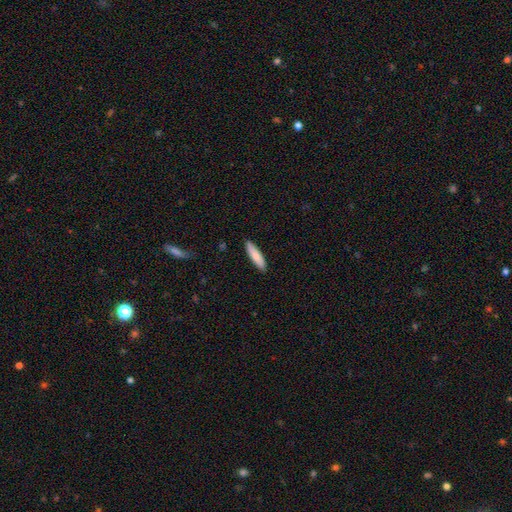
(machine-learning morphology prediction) Smooth or featured: smooth — 84% (featured or disk — 11%)
How rounded: cigar-shaped — 72% (in between — 27%)
Merging: none — 90% (minor disturbance — 7%)